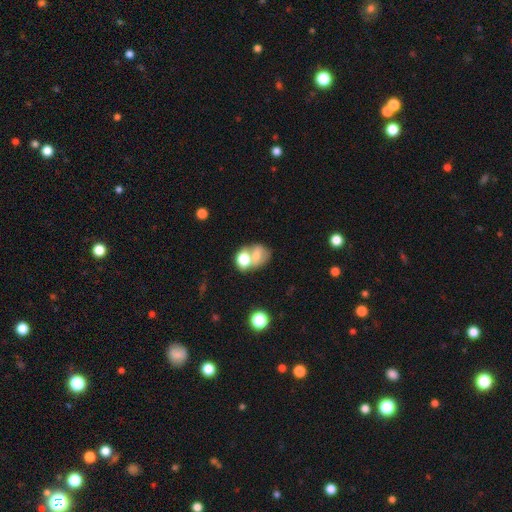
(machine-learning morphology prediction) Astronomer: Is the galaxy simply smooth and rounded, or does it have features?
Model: smooth — 66%.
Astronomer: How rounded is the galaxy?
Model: in between — 51% (runner-up: round, 48%).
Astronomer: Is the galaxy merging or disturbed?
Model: merger — 59%.